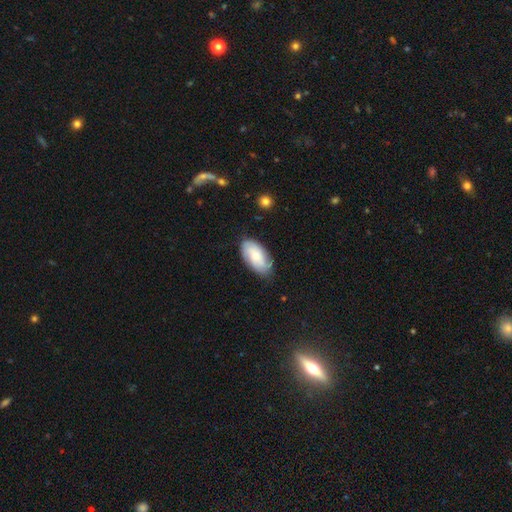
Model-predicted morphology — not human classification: type=smooth (48%); merging=none (75%).